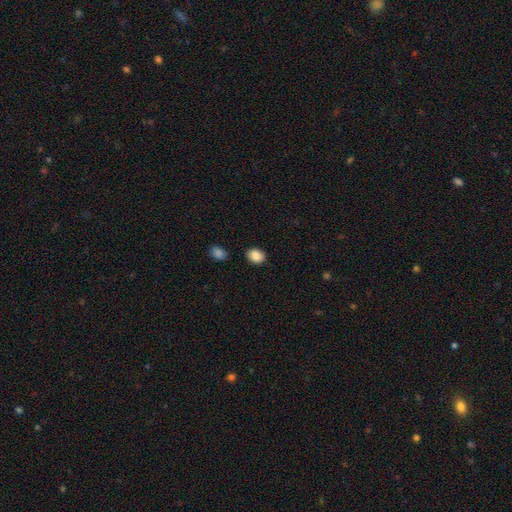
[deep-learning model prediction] smooth-or-featured: smooth: 87% | star or artifact: 8% | featured or disk: 5%
  how-rounded: in between: 58% | round: 41% | cigar-shaped: 1%
  merging: none: 85% | minor disturbance: 10% | merger: 3% | major disturbance: 2%